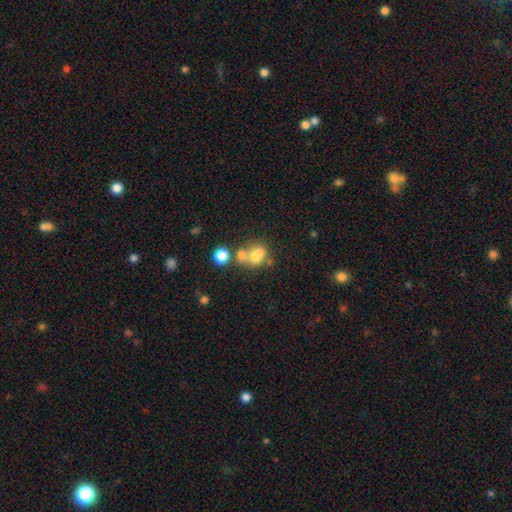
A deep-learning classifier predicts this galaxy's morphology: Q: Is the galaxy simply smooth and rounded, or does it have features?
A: smooth — 69%.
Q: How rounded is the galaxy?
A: in between — 59%.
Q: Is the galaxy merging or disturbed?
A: merger — 47%.